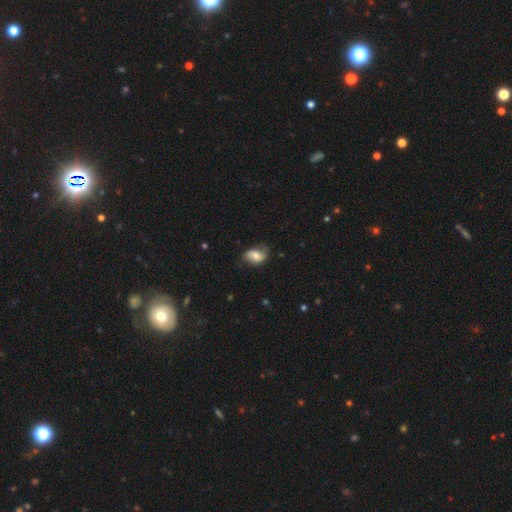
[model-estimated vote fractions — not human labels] A featured or disk galaxy (46%, tied with smooth). Merging: none (55%).